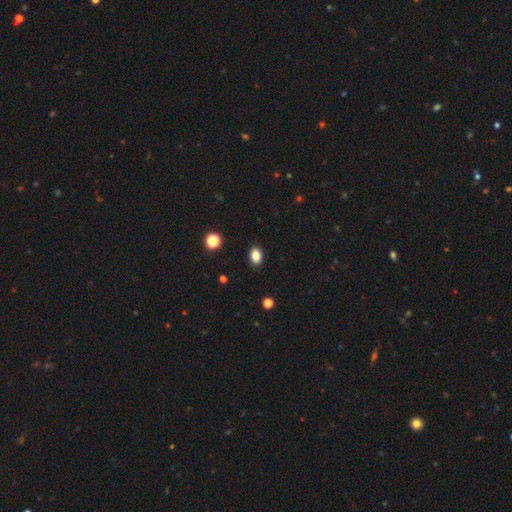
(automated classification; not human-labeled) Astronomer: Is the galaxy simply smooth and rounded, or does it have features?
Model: smooth — 86%.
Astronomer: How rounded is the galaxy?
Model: in between — 77%.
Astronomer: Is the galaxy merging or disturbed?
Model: none — 89%.